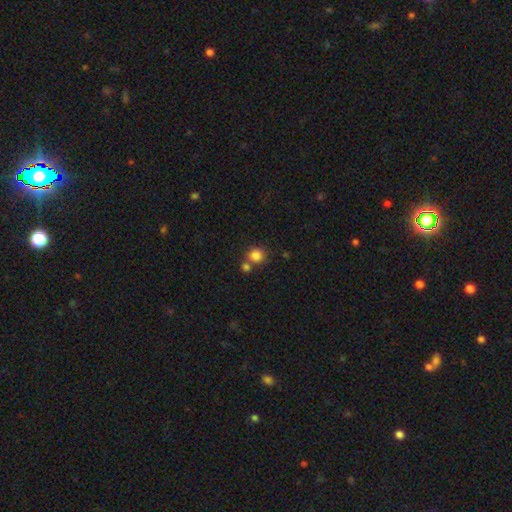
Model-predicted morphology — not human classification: The model was most divided on "merging": none: 59%, merger: 29%, minor disturbance: 9%, major disturbance: 3%. More confident: how rounded — round (87%); smooth or featured — smooth (83%).